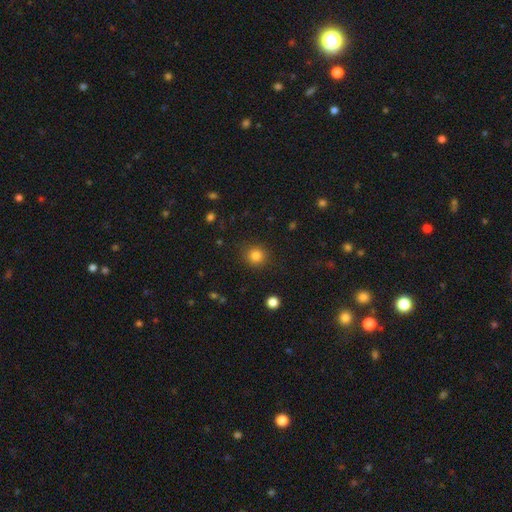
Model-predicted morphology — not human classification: The model was most divided on "smooth or featured": smooth: 83%, star or artifact: 12%, featured or disk: 5%. More confident: how rounded — round (91%); merging — none (88%).